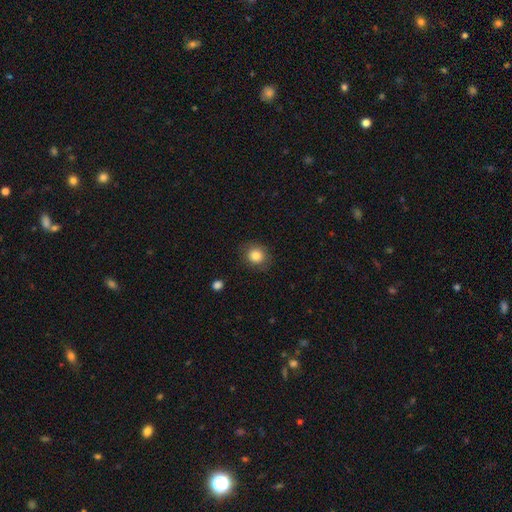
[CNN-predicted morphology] Smooth or featured?
  - smooth: 84% *
  - star or artifact: 10%
  - featured or disk: 7%
How rounded?
  - round: 79% *
  - in between: 20%
  - cigar-shaped: 1%
Merging?
  - none: 84% *
  - minor disturbance: 11%
  - major disturbance: 3%
  - merger: 1%